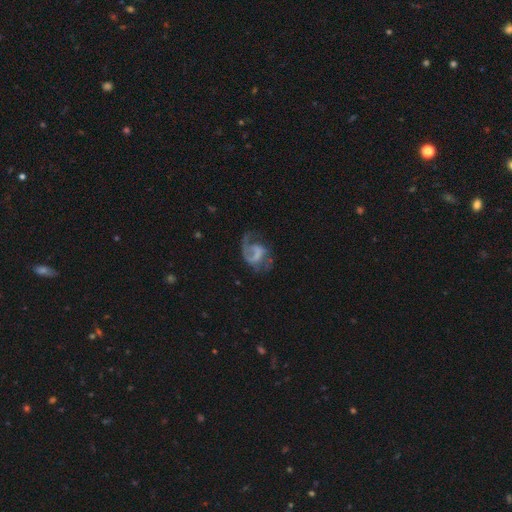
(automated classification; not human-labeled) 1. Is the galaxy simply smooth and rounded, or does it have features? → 69% featured or disk, 22% smooth, 9% star or artifact.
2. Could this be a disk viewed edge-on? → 98% no, 2% yes.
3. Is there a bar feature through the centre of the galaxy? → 42% weak, 41% no, 17% strong.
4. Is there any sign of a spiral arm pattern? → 79% yes, 21% no.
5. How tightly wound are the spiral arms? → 46% loose, 38% medium, 16% tight.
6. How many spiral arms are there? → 56% 1, 33% 2, 8% can't tell, 1% 3, 1% 4, 1% more than 4.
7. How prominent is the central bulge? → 60% none, 19% small, 12% moderate, 7% large, 2% dominant.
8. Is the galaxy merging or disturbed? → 42% major disturbance, 35% none, 19% minor disturbance, 4% merger.